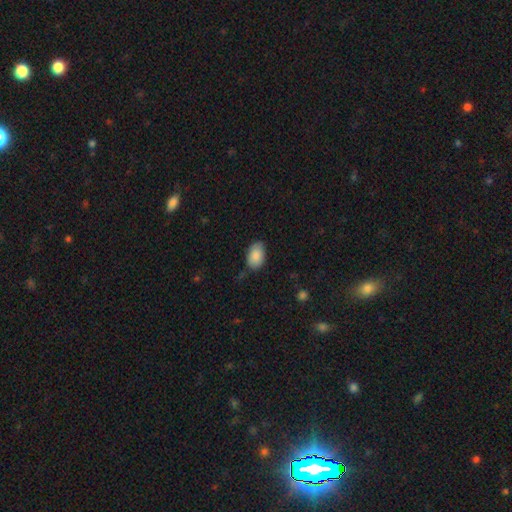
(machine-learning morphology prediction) Q: Smooth or featured?
A: smooth (88%); runner-up: star or artifact (7%)
Q: How rounded?
A: in between (92%); runner-up: round (7%)
Q: Merging?
A: none (77%); runner-up: minor disturbance (18%)